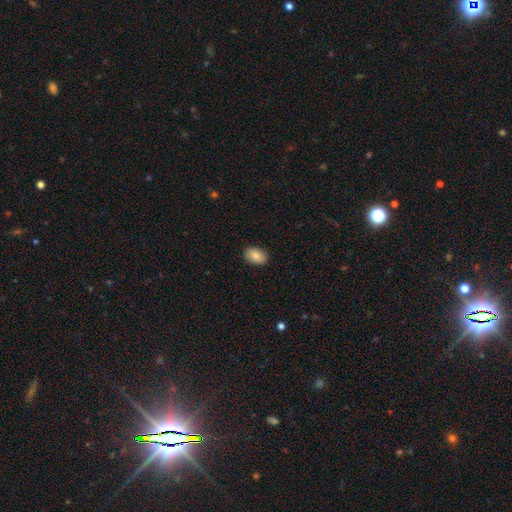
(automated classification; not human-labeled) Smooth or featured?
  - smooth: 86% *
  - featured or disk: 7%
  - star or artifact: 7%
How rounded?
  - in between: 87% *
  - round: 12%
  - cigar-shaped: 1%
Merging?
  - none: 89% *
  - minor disturbance: 9%
  - major disturbance: 2%
  - merger: 1%